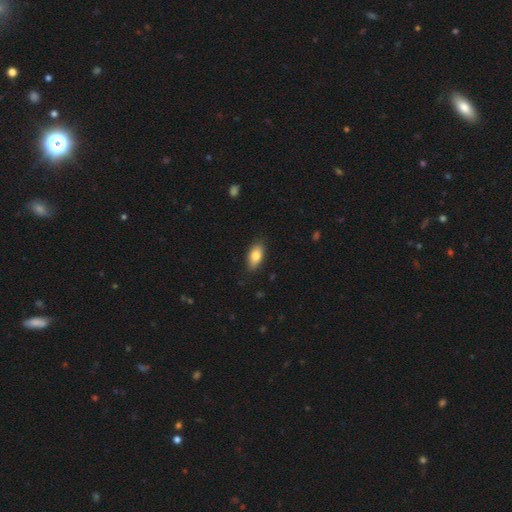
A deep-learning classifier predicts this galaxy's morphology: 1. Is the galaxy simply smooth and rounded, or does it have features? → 82% smooth, 12% featured or disk, 7% star or artifact.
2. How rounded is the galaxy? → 89% in between, 7% cigar-shaped, 4% round.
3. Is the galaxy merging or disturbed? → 84% none, 12% minor disturbance, 2% major disturbance, 1% merger.